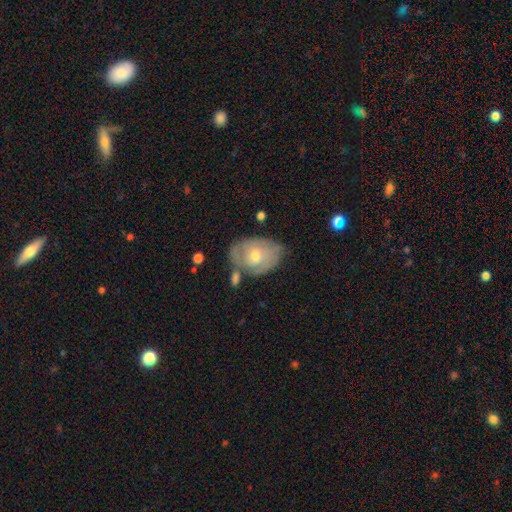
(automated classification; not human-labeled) Q: Smooth or featured?
A: featured or disk (55%); runner-up: smooth (38%)
Q: Edge-on disk?
A: no (95%); runner-up: yes (5%)
Q: Bar?
A: no (71%); runner-up: weak (25%)
Q: Spiral arms?
A: yes (64%); runner-up: no (36%)
Q: Bulge size?
A: moderate (58%); runner-up: small (37%)
Q: Merging?
A: none (55%); runner-up: minor disturbance (26%)